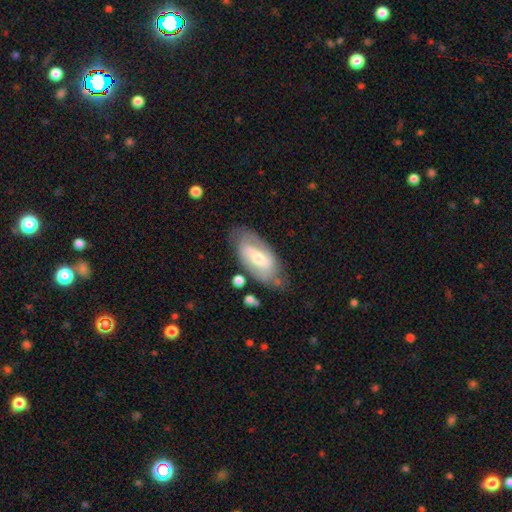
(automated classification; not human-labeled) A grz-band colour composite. It shows a featured or disk galaxy (63%) with a weak bar (40%), spiral arms (68%) and a moderate central bulge (52%). Merging: none (71%).